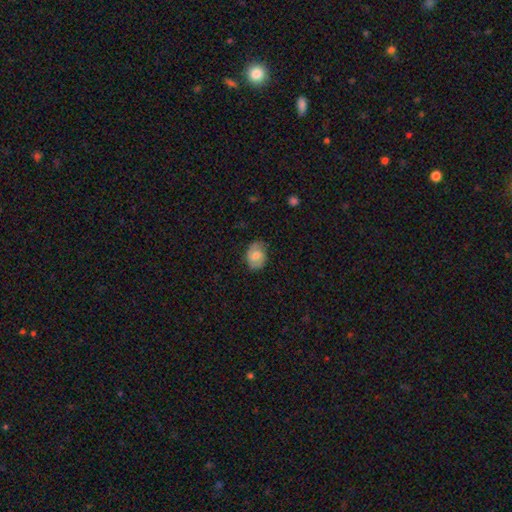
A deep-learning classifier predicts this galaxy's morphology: Smooth or featured?
  - smooth: 52% *
  - featured or disk: 41%
  - star or artifact: 7%
How rounded?
  - in between: 65% *
  - round: 34%
  - cigar-shaped: 1%
Merging?
  - none: 74% *
  - minor disturbance: 20%
  - major disturbance: 5%
  - merger: 1%